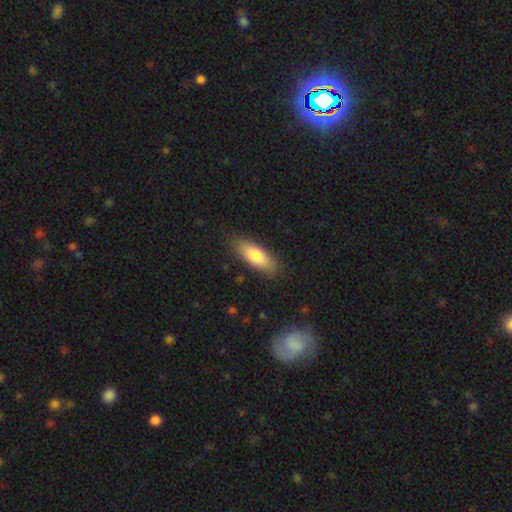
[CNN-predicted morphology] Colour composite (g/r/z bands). It shows a smooth galaxy with no disk features (78%) that is in between round and cigar-shaped (68%). Merging: none (85%).